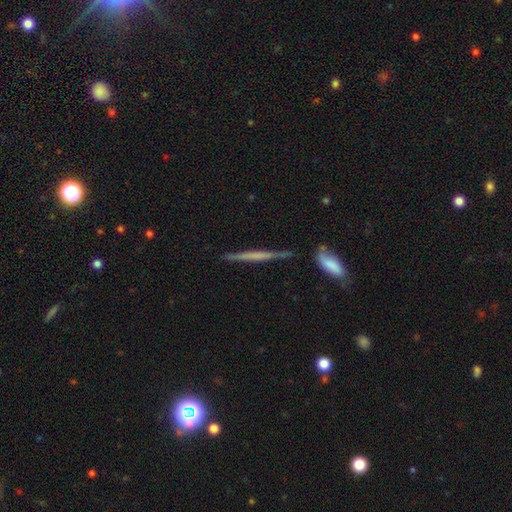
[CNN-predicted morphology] A featured or disk galaxy (57%) viewed edge-on (96%) with no central bulge (70%).

Vote fractions:
- Smooth or featured? featured or disk: 57% / smooth: 37% / star or artifact: 6%
- Edge-on disk? yes: 96% / no: 4%
- Edge-on bulge? none: 70% / rounded: 18% / boxy: 12%
- Merging? none: 83% / minor disturbance: 10% / merger: 4% / major disturbance: 2%